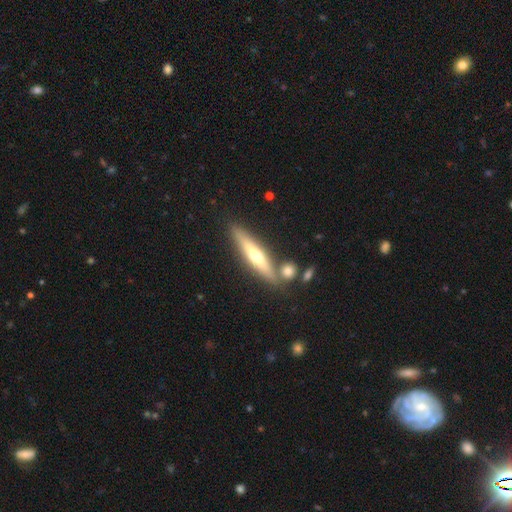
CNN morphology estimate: Smooth or featured: featured or disk — 58% (smooth — 36%)
Edge-on disk: yes — 92% (no — 8%)
Edge-on bulge: rounded — 90% (none — 7%)
Merging: none — 79% (minor disturbance — 9%)